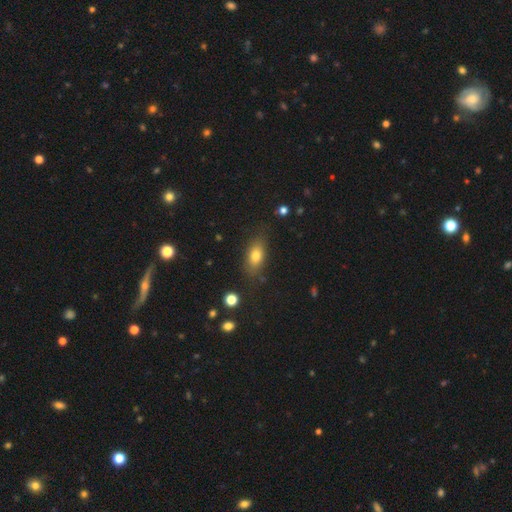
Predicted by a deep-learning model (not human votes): This is likely a smooth galaxy (76%). How rounded: clearly in between (80%). Merging: likely none (78%).